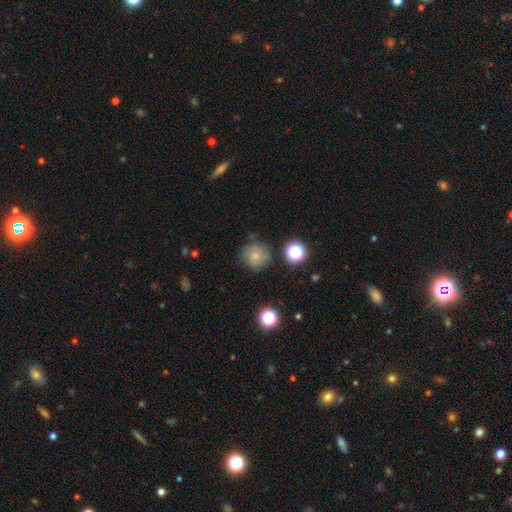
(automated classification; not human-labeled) Q: Smooth or featured?
A: smooth (64%); runner-up: featured or disk (22%)
Q: How rounded?
A: round (91%); runner-up: in between (8%)
Q: Merging?
A: none (76%); runner-up: minor disturbance (16%)